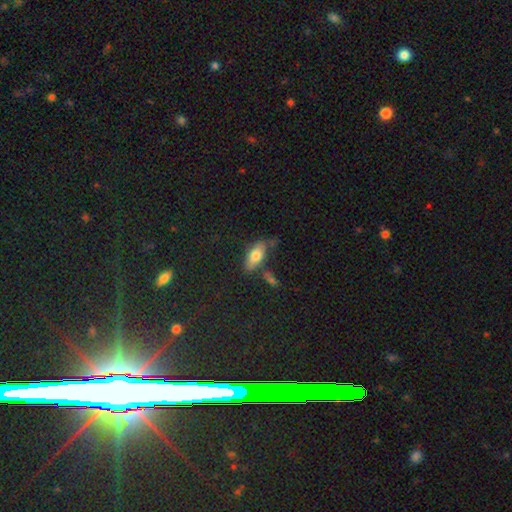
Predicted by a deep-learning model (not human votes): Smooth or featured?
  - smooth: 71% *
  - featured or disk: 20%
  - star or artifact: 9%
How rounded?
  - in between: 82% *
  - cigar-shaped: 13%
  - round: 4%
Merging?
  - none: 60% *
  - minor disturbance: 23%
  - merger: 9%
  - major disturbance: 8%